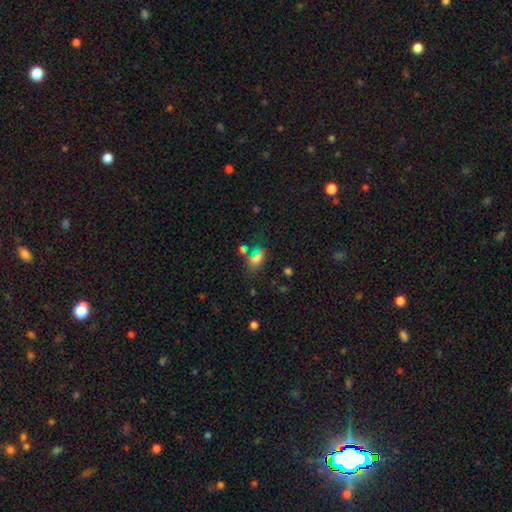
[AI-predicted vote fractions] smooth 65%, star or artifact 22%, featured or disk 14%. Down the decision tree: how rounded — in between (76%); merging — none (56%).